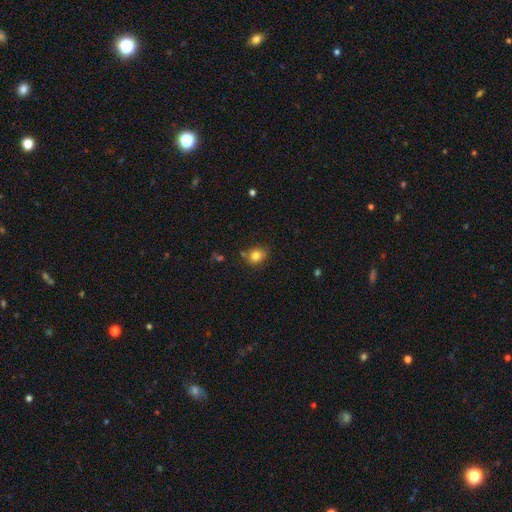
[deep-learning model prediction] The model was most divided on "how rounded": round: 62%, in between: 37%, cigar-shaped: 1%. More confident: smooth or featured — smooth (81%); merging — none (75%).